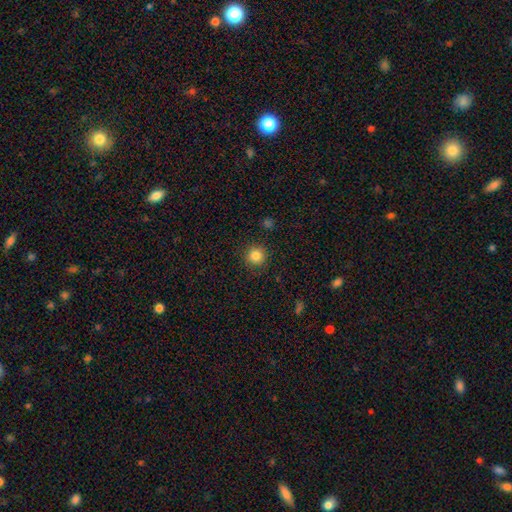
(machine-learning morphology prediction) Q: Smooth or featured?
A: smooth (84%); runner-up: star or artifact (11%)
Q: How rounded?
A: round (95%); runner-up: in between (4%)
Q: Merging?
A: none (91%); runner-up: minor disturbance (6%)